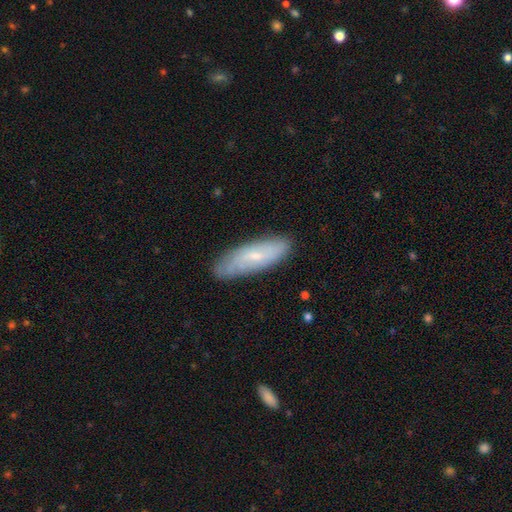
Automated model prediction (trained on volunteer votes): A featured or disk galaxy (49%).

Vote fractions:
- Smooth or featured? featured or disk: 49% / smooth: 44% / star or artifact: 7%
- Merging? none: 79% / minor disturbance: 17% / major disturbance: 3% / merger: 1%